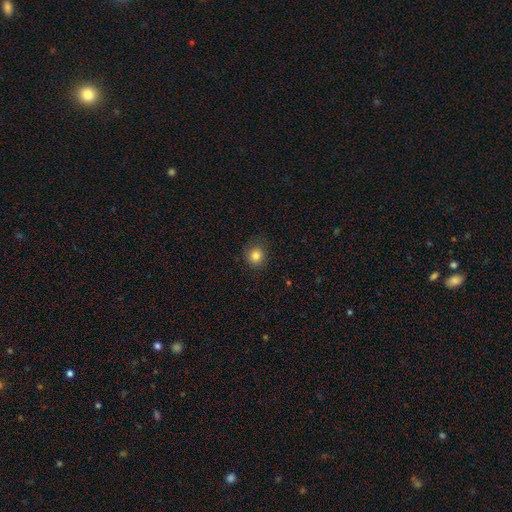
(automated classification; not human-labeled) Smooth or featured? Predicted: smooth (p=0.83). How rounded? Predicted: round (p=0.88). Merging? Predicted: none (p=0.86).